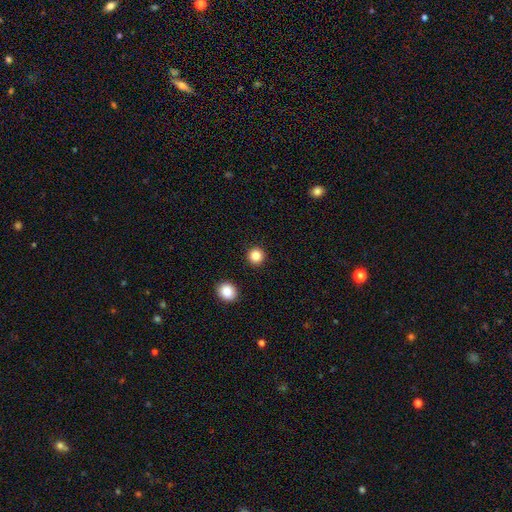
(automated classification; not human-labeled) smooth_or_featured: smooth (p=0.86) [alt: star or artifact p=0.11]
how_rounded: round (p=0.94) [alt: in between p=0.05]
merging: none (p=0.92) [alt: minor disturbance p=0.04]